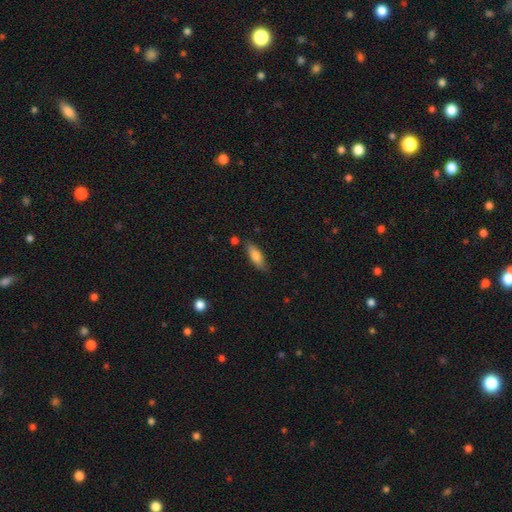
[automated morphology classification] This is likely a smooth galaxy (76%). How rounded: possibly in between (59%). Merging: clearly none (80%).